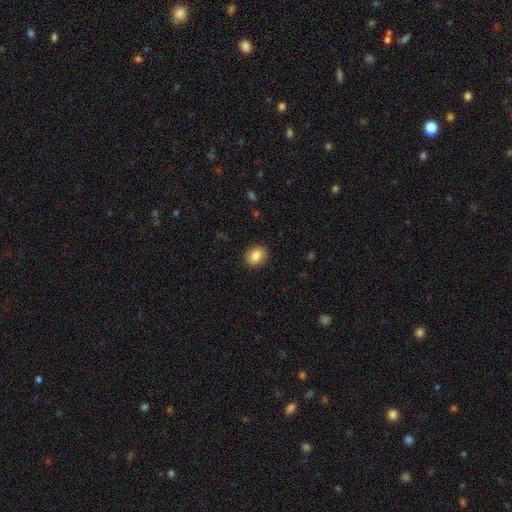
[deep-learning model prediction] Smooth or featured?
  - smooth: 85% *
  - star or artifact: 8%
  - featured or disk: 7%
How rounded?
  - in between: 51% *
  - round: 48%
  - cigar-shaped: 1%
Merging?
  - none: 89% *
  - minor disturbance: 8%
  - major disturbance: 2%
  - merger: 1%